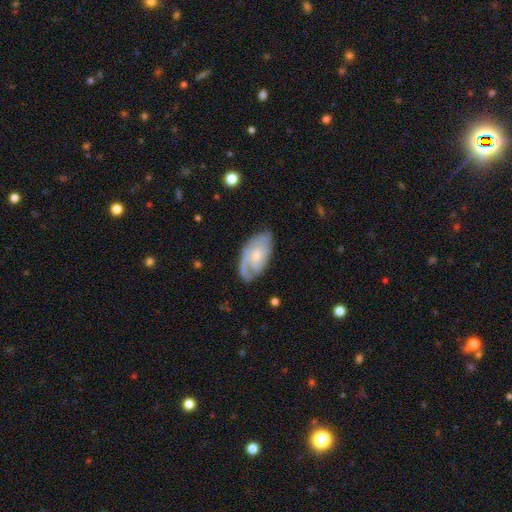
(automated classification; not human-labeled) This is likely a featured or disk galaxy (66%). It is clearly not viewed edge-on (94%). Bar: likely no (70%). Spiral arm pattern: clearly yes (86%). Spiral arm count: marginally can't tell (34%). Spiral winding: possibly tight (46%). Central bulge: possibly small (48%). Merging: likely none (66%).